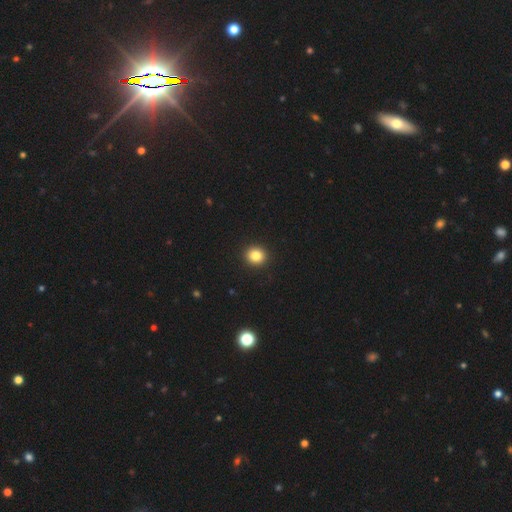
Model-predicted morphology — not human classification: A smooth galaxy with no disk features (84%) that is round (85%). Merging: none (93%).